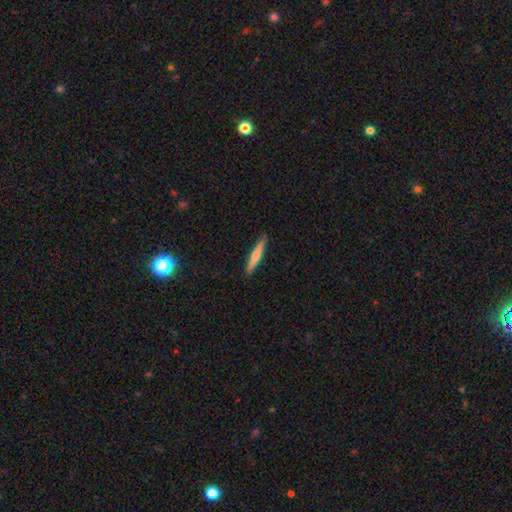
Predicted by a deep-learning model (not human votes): Smooth or featured? smooth (58%)
How rounded? cigar-shaped (94%)
Merging? none (90%)